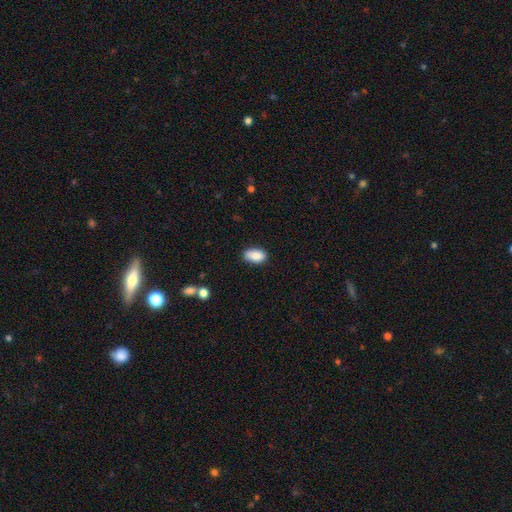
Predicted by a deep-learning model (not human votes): Smooth or featured: smooth — 86% (star or artifact — 8%)
How rounded: in between — 91% (round — 7%)
Merging: none — 72% (minor disturbance — 21%)